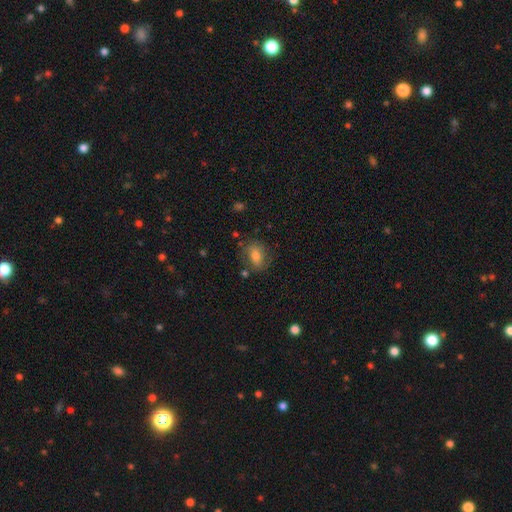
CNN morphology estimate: Smooth or featured: smooth — 71% (featured or disk — 20%)
How rounded: in between — 71% (round — 26%)
Merging: none — 73% (minor disturbance — 17%)